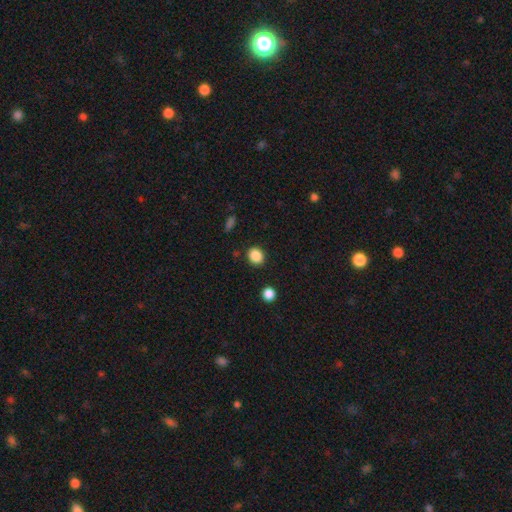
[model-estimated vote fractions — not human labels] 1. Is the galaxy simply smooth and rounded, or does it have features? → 87% smooth, 10% star or artifact, 3% featured or disk.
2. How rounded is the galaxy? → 73% round, 26% in between, 1% cigar-shaped.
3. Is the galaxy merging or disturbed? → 87% none, 8% minor disturbance, 3% major disturbance, 2% merger.